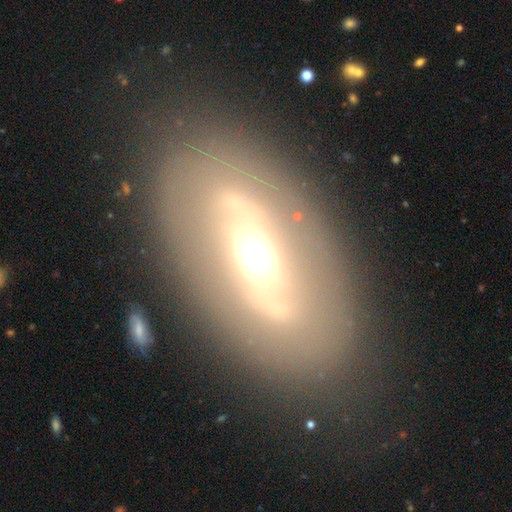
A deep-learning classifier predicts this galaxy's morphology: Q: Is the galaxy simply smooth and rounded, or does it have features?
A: featured or disk — 72%.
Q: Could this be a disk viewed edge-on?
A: no — 90%.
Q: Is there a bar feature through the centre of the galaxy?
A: weak — 36%, tied with strong.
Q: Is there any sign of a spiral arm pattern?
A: yes — 60%.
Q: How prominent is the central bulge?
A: moderate — 61%.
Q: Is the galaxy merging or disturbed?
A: none — 81%.